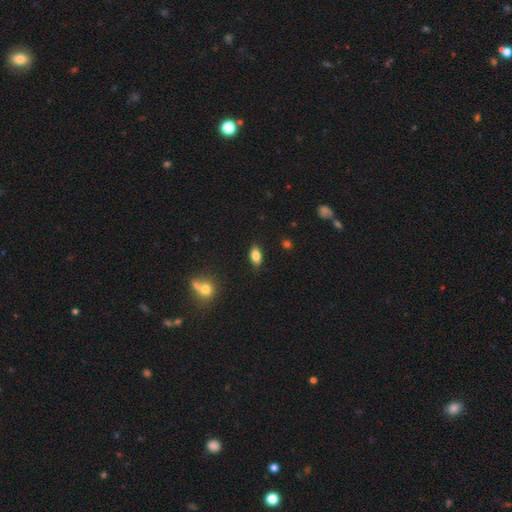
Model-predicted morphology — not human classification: The model was most divided on "smooth or featured": smooth: 82%, featured or disk: 10%, star or artifact: 9%. More confident: how rounded — in between (89%); merging — none (85%).